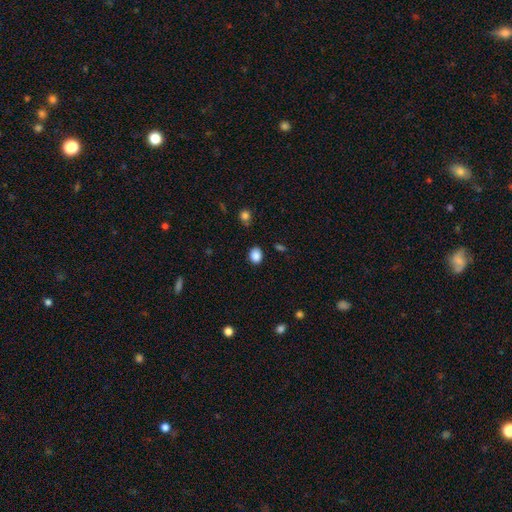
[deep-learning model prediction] This is clearly a smooth galaxy (87%). How rounded: possibly round (50%). Merging: clearly none (86%).